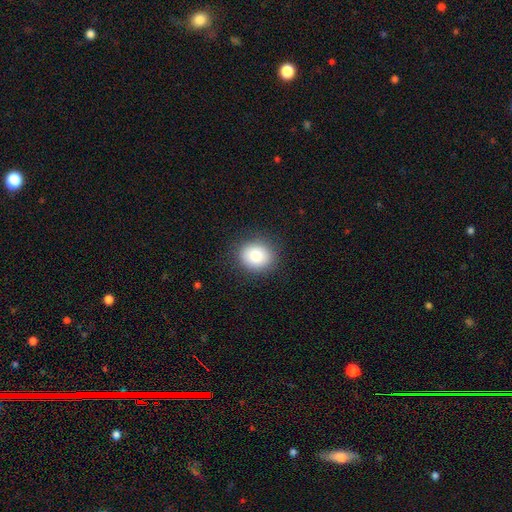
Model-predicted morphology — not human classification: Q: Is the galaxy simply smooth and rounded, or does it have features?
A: smooth — 81%.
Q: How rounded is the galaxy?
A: round — 76%.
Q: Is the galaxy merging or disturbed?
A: none — 88%.